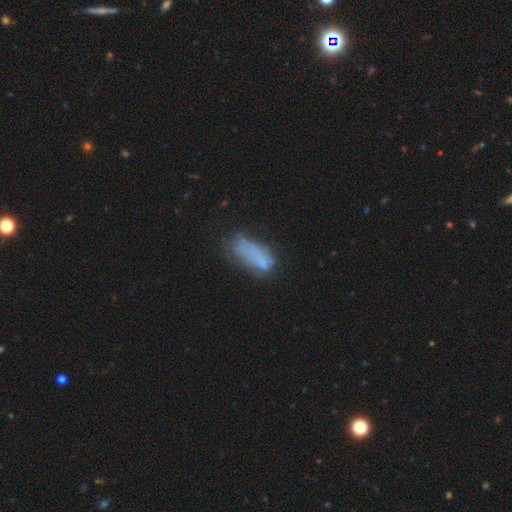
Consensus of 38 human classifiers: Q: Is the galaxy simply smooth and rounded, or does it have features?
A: smooth — 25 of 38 (66%).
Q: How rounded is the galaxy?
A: in between — 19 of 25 (76%).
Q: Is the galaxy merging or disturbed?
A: minor disturbance — 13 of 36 (36%).